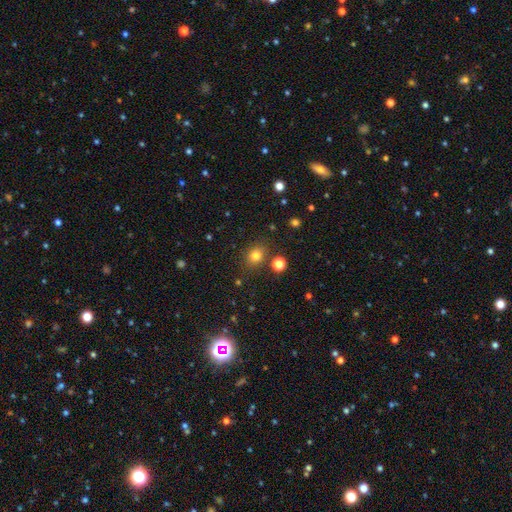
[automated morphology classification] The model was most divided on "how rounded": round: 59%, in between: 40%, cigar-shaped: 1%. More confident: merging — none (82%); smooth or featured — smooth (79%).